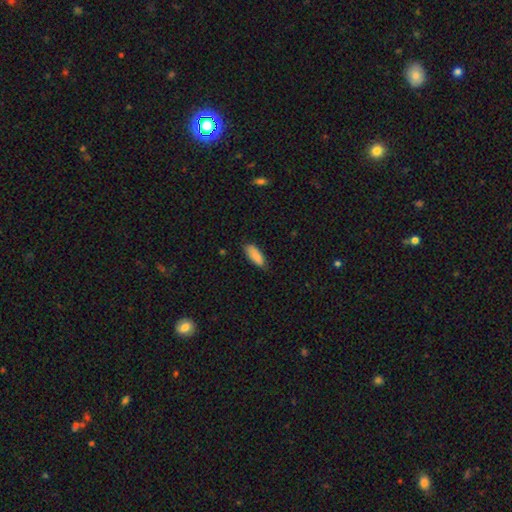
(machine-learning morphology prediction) This is clearly a smooth galaxy (88%). How rounded: likely in between (76%). Merging: likely none (76%).